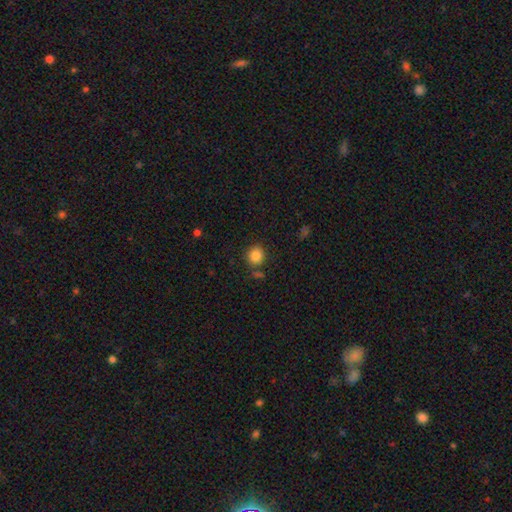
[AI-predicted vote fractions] smooth-or-featured: smooth: 84% | star or artifact: 10% | featured or disk: 5%
  how-rounded: round: 81% | in between: 18% | cigar-shaped: 1%
  merging: none: 81% | minor disturbance: 10% | merger: 6% | major disturbance: 3%